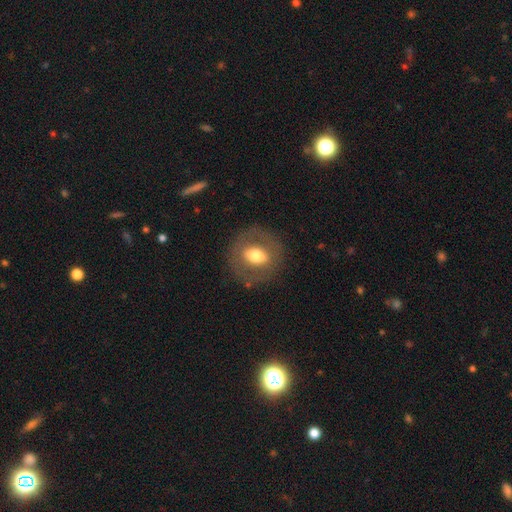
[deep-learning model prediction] Smooth or featured?
  - smooth: 50% *
  - featured or disk: 42%
  - star or artifact: 8%
How rounded?
  - round: 65% *
  - in between: 34%
  - cigar-shaped: 2%
Merging?
  - none: 81% *
  - minor disturbance: 11%
  - major disturbance: 7%
  - merger: 1%